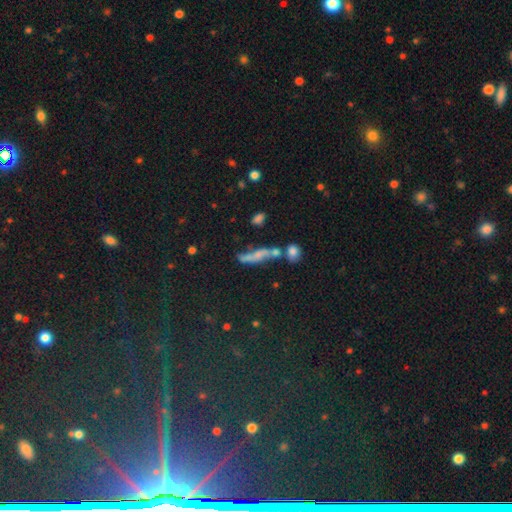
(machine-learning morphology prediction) type=smooth (47%); merging=none (39%).